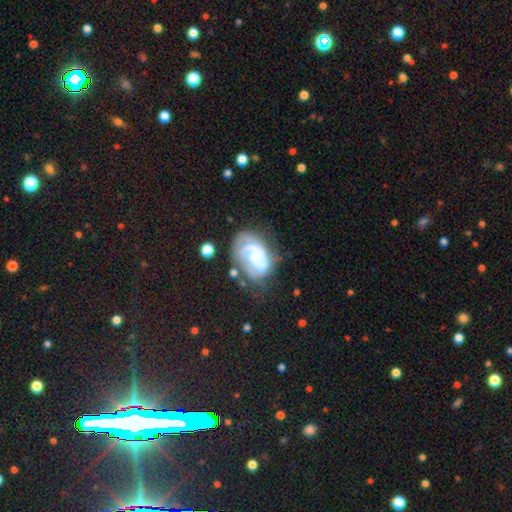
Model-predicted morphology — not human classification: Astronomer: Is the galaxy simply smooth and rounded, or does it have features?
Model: featured or disk — 72%.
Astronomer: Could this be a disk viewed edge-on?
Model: no — 98%.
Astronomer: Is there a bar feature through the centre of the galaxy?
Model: no — 65%.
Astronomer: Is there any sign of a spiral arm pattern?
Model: yes — 81%.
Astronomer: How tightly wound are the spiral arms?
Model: tight — 51% (runner-up: medium, 35%).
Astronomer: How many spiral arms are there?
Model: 2 — 35% (runner-up: can't tell, 30%).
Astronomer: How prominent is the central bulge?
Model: small — 45% (runner-up: moderate, 26%).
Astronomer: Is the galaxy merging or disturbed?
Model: none — 45% (runner-up: minor disturbance, 27%).